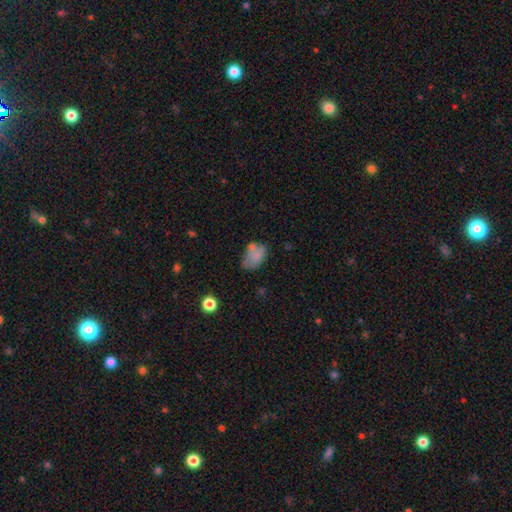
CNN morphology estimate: A smooth galaxy with no disk features (72%) that is in between round and cigar-shaped (84%). Merging: none (40%).